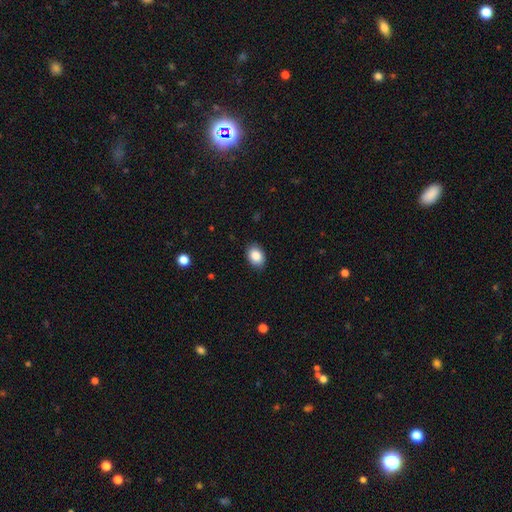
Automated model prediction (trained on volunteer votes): Morphology: type=smooth (87%); roundness=in between (76%); merging=none (87%).